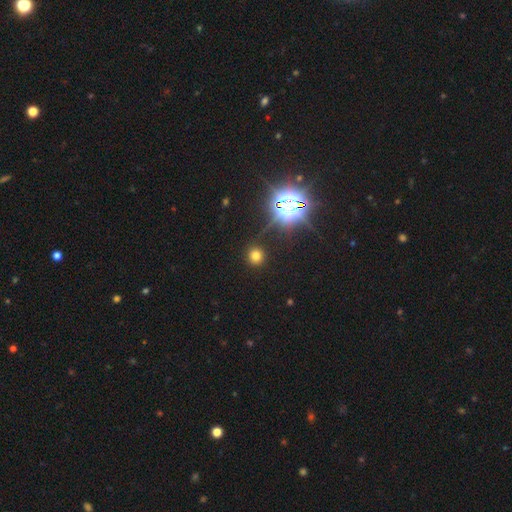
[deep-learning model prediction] smooth-or-featured: smooth: 68% | star or artifact: 25% | featured or disk: 7%
  how-rounded: round: 91% | in between: 7% | cigar-shaped: 1%
  merging: none: 88% | minor disturbance: 7% | major disturbance: 3% | merger: 2%